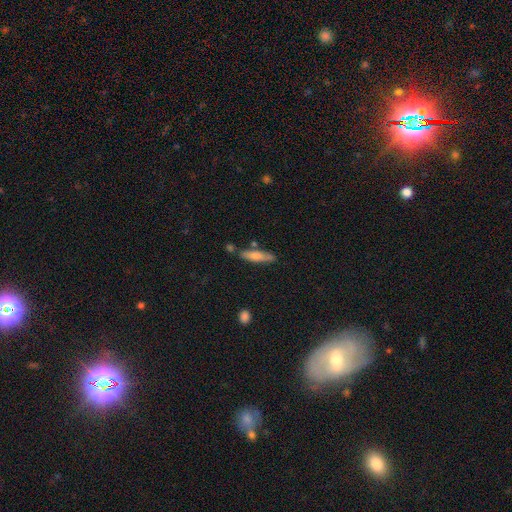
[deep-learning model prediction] Smooth or featured? smooth (69%)
How rounded? cigar-shaped (75%)
Merging? none (74%)